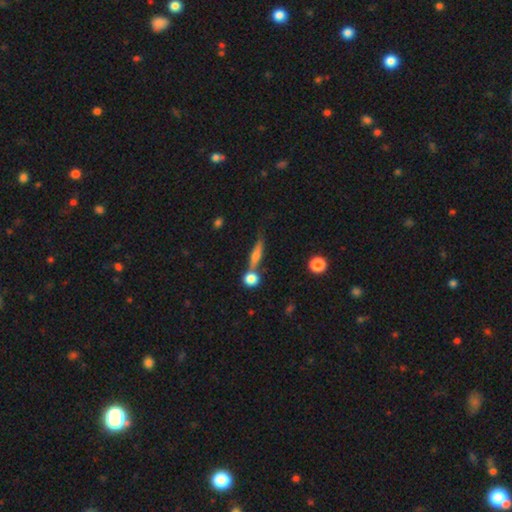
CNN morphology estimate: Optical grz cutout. It shows a smooth galaxy with no disk features (55%) that is cigar-shaped (67%). Merging: none (58%).